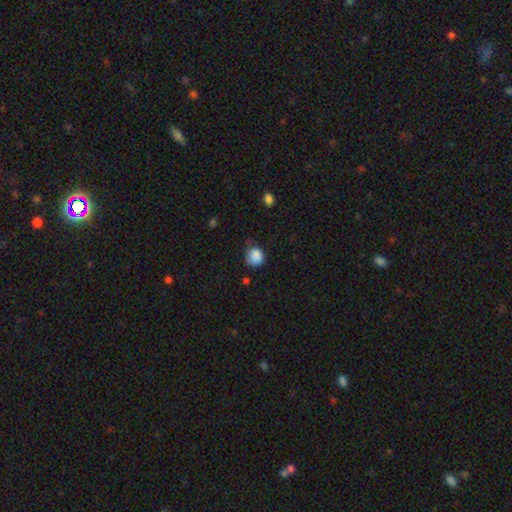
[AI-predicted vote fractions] smooth-or-featured: smooth: 86% | star or artifact: 9% | featured or disk: 5%
  how-rounded: round: 80% | in between: 19% | cigar-shaped: 1%
  merging: none: 54% | minor disturbance: 35% | major disturbance: 9% | merger: 3%